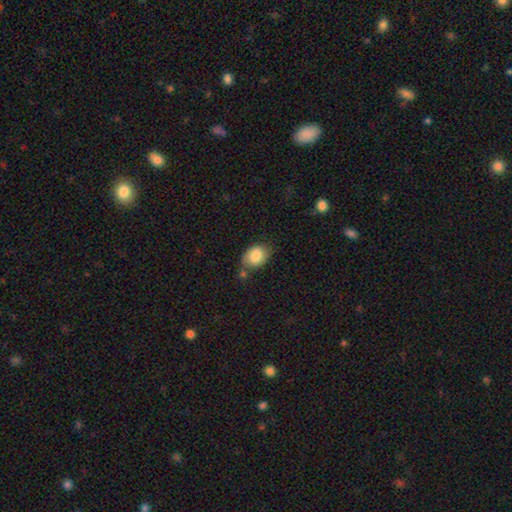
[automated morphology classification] Smooth or featured?
  - smooth: 82% *
  - featured or disk: 11%
  - star or artifact: 7%
How rounded?
  - in between: 75% *
  - round: 24%
  - cigar-shaped: 1%
Merging?
  - none: 62% *
  - minor disturbance: 22%
  - merger: 10%
  - major disturbance: 6%